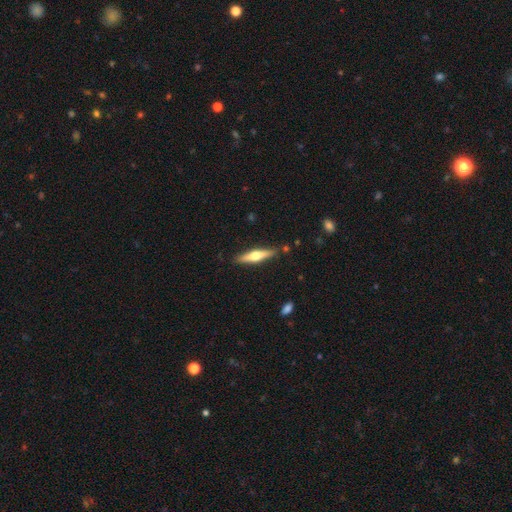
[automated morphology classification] smooth-or-featured: featured or disk: 54% | smooth: 40% | star or artifact: 5%
  disk-edge-on: yes: 95% | no: 5%
    edge-on-bulge: rounded: 92% | boxy: 4% | none: 4%
  merging: none: 86% | minor disturbance: 10% | merger: 2% | major disturbance: 2%